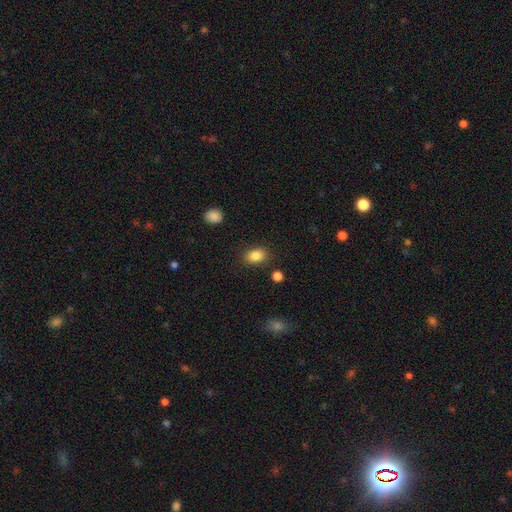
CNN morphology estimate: This appears to be a smooth galaxy with no disk features (85%) that is in between round and cigar-shaped (73%). Merging: none (85%).